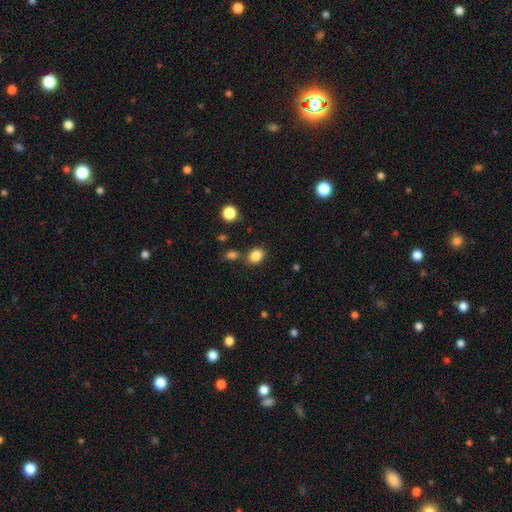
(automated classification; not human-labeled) A smooth galaxy with no disk features (85%) that is in between round and cigar-shaped (57%).

Vote fractions:
- Smooth or featured? smooth: 85% / star or artifact: 11% / featured or disk: 5%
- How rounded? in between: 57% / round: 42% / cigar-shaped: 1%
- Merging? none: 73% / minor disturbance: 12% / merger: 11% / major disturbance: 4%